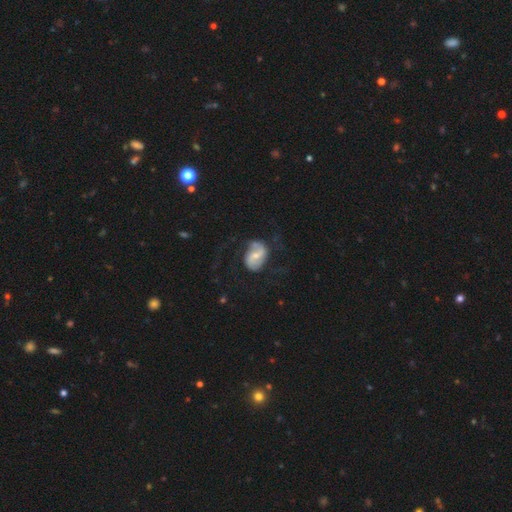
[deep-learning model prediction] Smooth or featured?
  - featured or disk: 70% *
  - smooth: 24%
  - star or artifact: 7%
Edge-on disk?
  - no: 97% *
  - yes: 3%
Bar?
  - weak: 46% *
  - no: 31%
  - strong: 23%
Spiral arms?
  - yes: 89% *
  - no: 11%
Spiral winding?
  - loose: 47% *
  - medium: 38%
  - tight: 15%
Spiral arm count?
  - 2: 86% *
  - can't tell: 7%
  - 1: 3%
  - 3: 1%
  - 4: 1%
  - more than 4: 1%
Bulge size?
  - moderate: 47% *
  - small: 46%
  - none: 4%
  - large: 3%
  - dominant: 1%
Merging?
  - none: 59% *
  - minor disturbance: 21%
  - major disturbance: 18%
  - merger: 2%